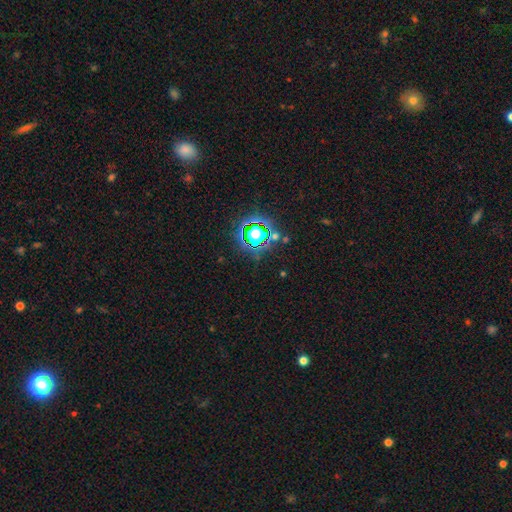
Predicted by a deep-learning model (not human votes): Smooth or featured? Predicted: star or artifact (p=0.76).